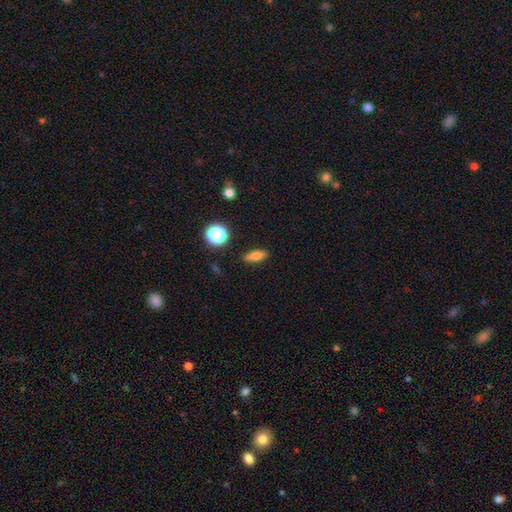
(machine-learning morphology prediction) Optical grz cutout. It shows a smooth galaxy with no disk features (73%) that is in between round and cigar-shaped (51%). Merging: none (87%).